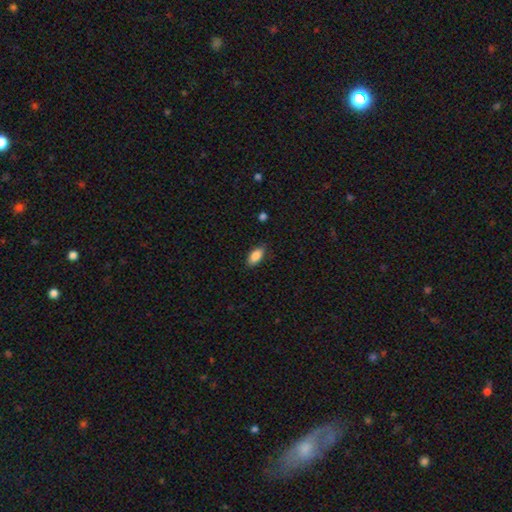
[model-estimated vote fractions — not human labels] The model was most divided on "merging": none: 84%, minor disturbance: 12%, major disturbance: 2%, merger: 1%. More confident: how rounded — in between (89%); smooth or featured — smooth (86%).